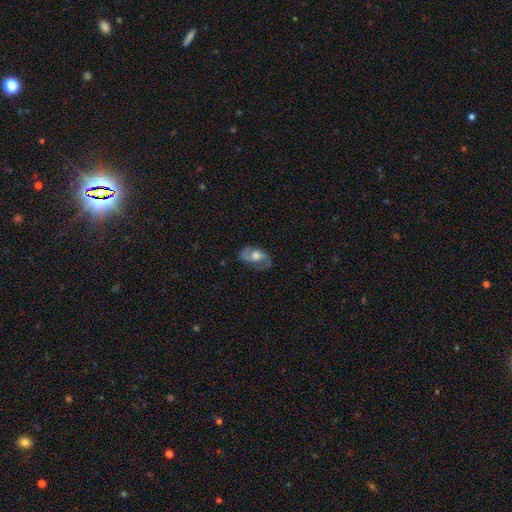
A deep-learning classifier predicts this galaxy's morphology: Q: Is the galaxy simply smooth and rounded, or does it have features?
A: featured or disk — 67%.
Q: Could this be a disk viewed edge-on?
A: no — 95%.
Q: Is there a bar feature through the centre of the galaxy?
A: no — 61%.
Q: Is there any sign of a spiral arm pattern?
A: yes — 86%.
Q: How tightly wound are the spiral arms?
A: medium — 46%.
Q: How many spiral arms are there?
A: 2 — 87%.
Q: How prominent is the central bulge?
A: moderate — 58%.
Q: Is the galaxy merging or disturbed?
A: none — 75%.